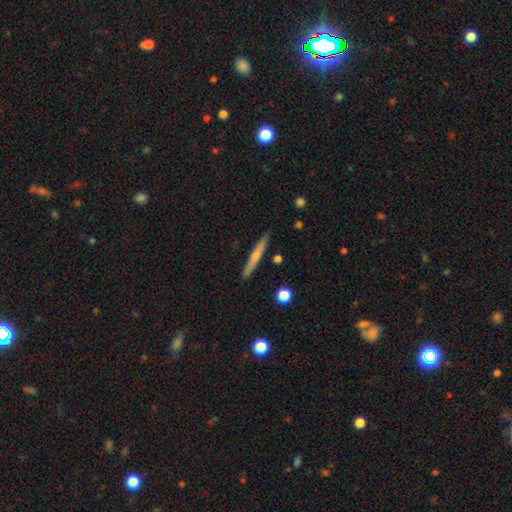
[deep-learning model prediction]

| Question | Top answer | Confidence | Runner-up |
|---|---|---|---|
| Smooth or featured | smooth | 54% | featured or disk (40%) |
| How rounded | cigar-shaped | 95% | in between (3%) |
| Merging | none | 89% | minor disturbance (7%) |